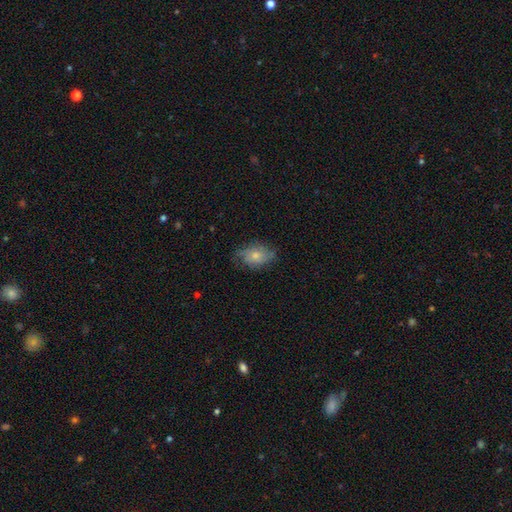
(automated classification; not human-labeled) smooth_or_featured: smooth (p=0.50) [alt: featured or disk p=0.42]
how_rounded: in between (p=0.77) [alt: round p=0.21]
merging: none (p=0.62) [alt: minor disturbance p=0.27]